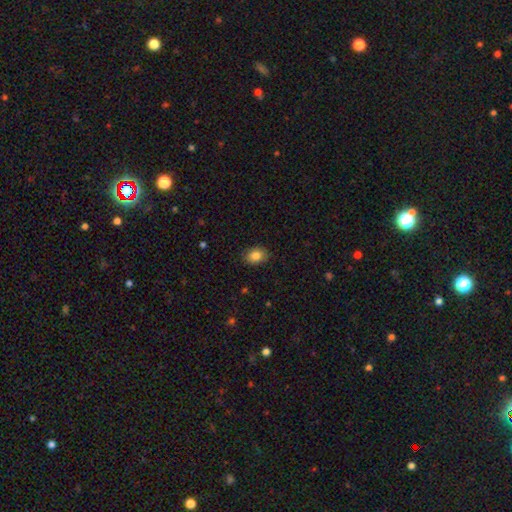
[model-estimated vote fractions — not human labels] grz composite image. It shows a smooth galaxy with no disk features (84%) that is in between round and cigar-shaped (72%). Merging: none (87%).